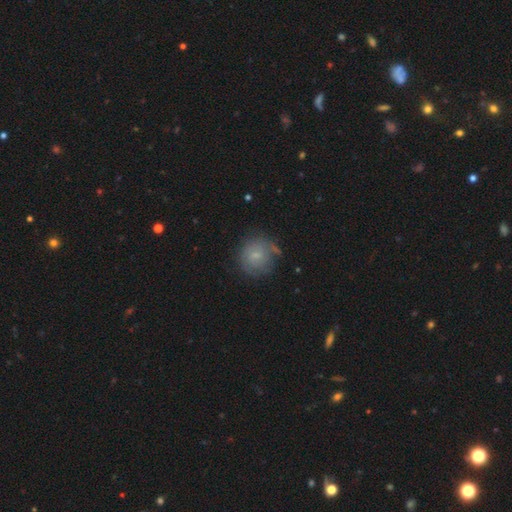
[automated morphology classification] Smooth or featured?
  - smooth: 61% *
  - featured or disk: 29%
  - star or artifact: 10%
How rounded?
  - round: 86% *
  - in between: 13%
  - cigar-shaped: 1%
Merging?
  - none: 64% *
  - minor disturbance: 22%
  - major disturbance: 10%
  - merger: 3%